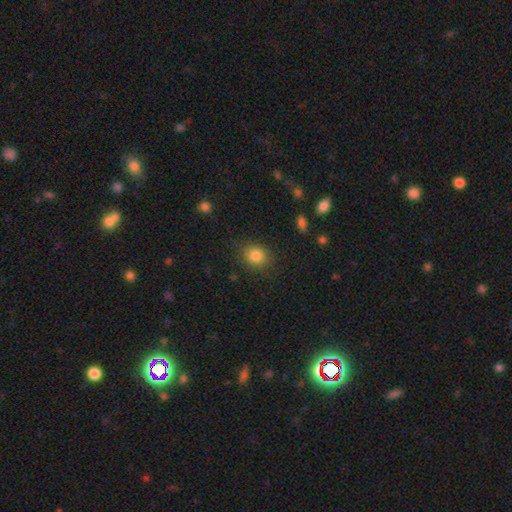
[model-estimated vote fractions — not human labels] smooth_or_featured: smooth (p=0.84) [alt: star or artifact p=0.11]
how_rounded: round (p=0.66) [alt: in between p=0.33]
merging: none (p=0.84) [alt: minor disturbance p=0.11]